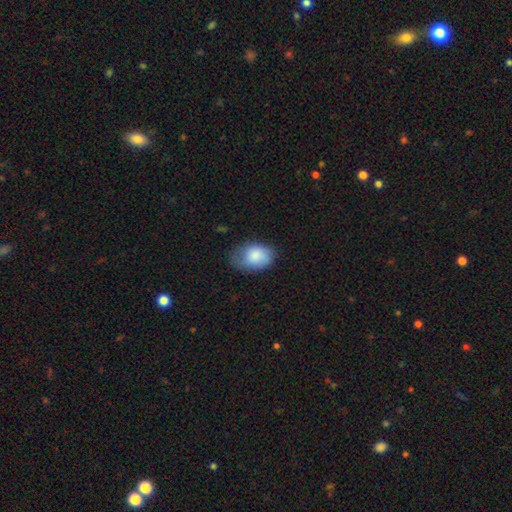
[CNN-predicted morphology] This is clearly a smooth galaxy (84%). How rounded: likely in between (79%). Merging: possibly none (53%).